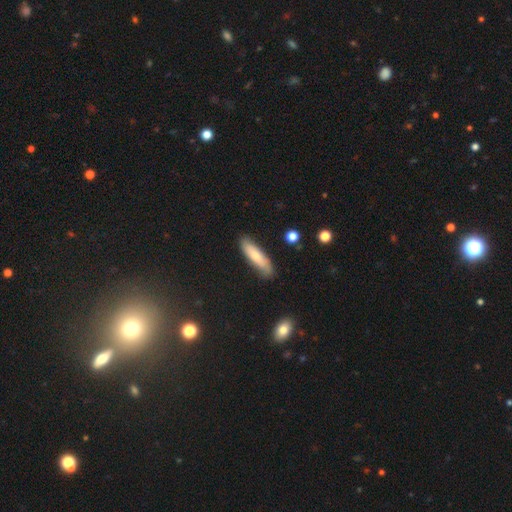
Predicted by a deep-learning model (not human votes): Smooth or featured? Predicted: smooth (p=0.72). How rounded? Predicted: cigar-shaped (p=0.65). Merging? Predicted: none (p=0.79).